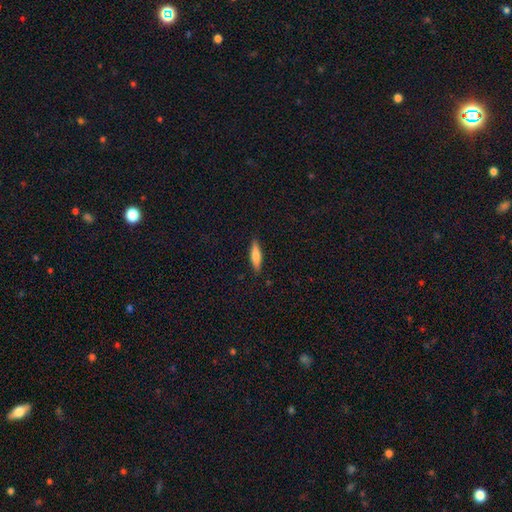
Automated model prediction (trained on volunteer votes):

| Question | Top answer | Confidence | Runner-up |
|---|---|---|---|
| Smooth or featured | smooth | 73% | featured or disk (21%) |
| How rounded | cigar-shaped | 72% | in between (27%) |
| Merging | none | 88% | minor disturbance (9%) |